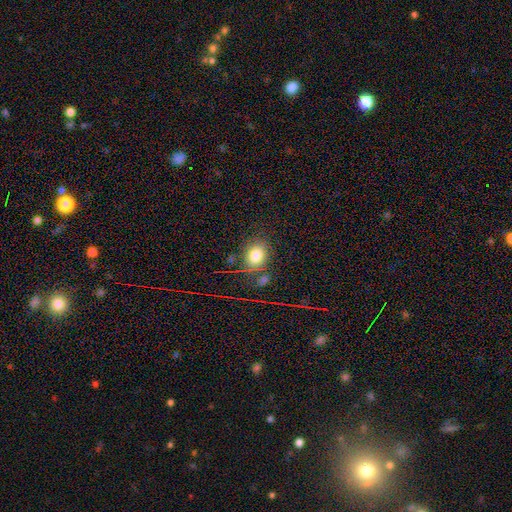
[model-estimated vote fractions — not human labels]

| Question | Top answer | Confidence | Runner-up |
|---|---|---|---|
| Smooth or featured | smooth | 79% | star or artifact (12%) |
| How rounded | in between | 60% | round (39%) |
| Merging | none | 73% | minor disturbance (14%) |